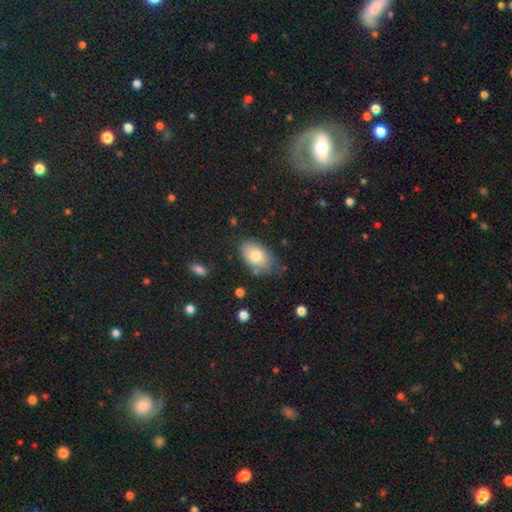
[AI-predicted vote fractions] smooth-or-featured: smooth: 76% | featured or disk: 16% | star or artifact: 8%
  how-rounded: in between: 89% | round: 10% | cigar-shaped: 1%
  merging: none: 67% | minor disturbance: 24% | major disturbance: 6% | merger: 3%